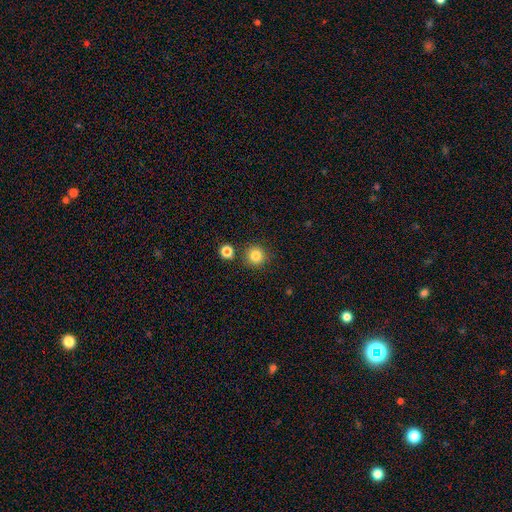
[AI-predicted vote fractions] smooth-or-featured: smooth: 84% | star or artifact: 11% | featured or disk: 5%
  how-rounded: round: 94% | in between: 5% | cigar-shaped: 1%
  merging: none: 84% | minor disturbance: 7% | merger: 6% | major disturbance: 2%